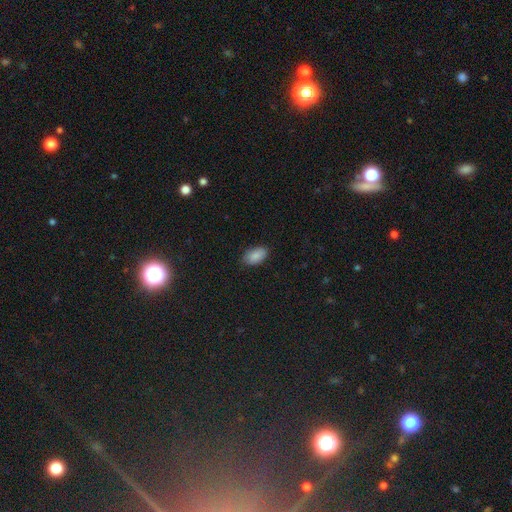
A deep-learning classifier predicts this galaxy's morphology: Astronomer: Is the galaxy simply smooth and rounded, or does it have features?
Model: smooth — 87%.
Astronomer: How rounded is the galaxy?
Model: in between — 93%.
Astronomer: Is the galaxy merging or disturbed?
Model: none — 81%.